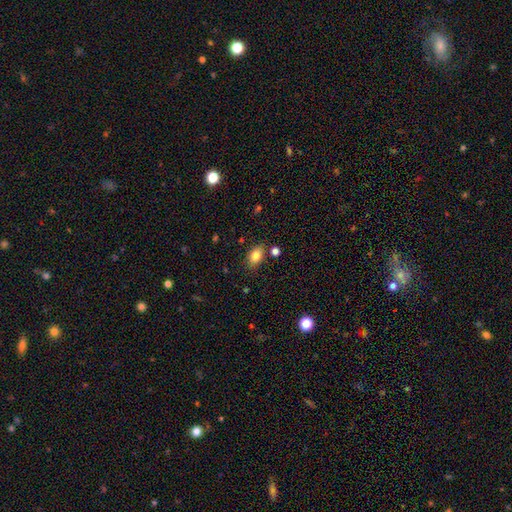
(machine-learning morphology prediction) Overall: smooth (82%). How rounded: in between (84%). Merging: none (79%).